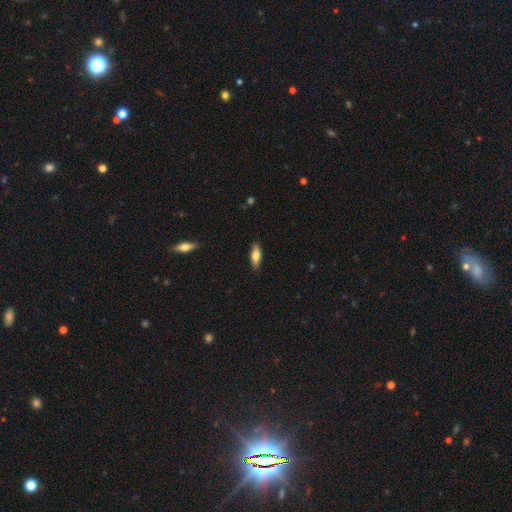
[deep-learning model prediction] Smooth or featured?
  - smooth: 74% *
  - featured or disk: 20%
  - star or artifact: 6%
How rounded?
  - in between: 60% *
  - cigar-shaped: 38%
  - round: 2%
Merging?
  - none: 86% *
  - minor disturbance: 11%
  - major disturbance: 2%
  - merger: 1%